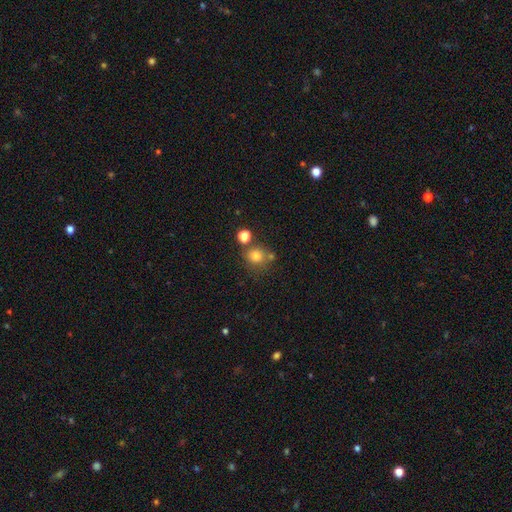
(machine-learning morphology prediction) A smooth galaxy with no disk features (76%) that is round (87%). Merging: none (66%).